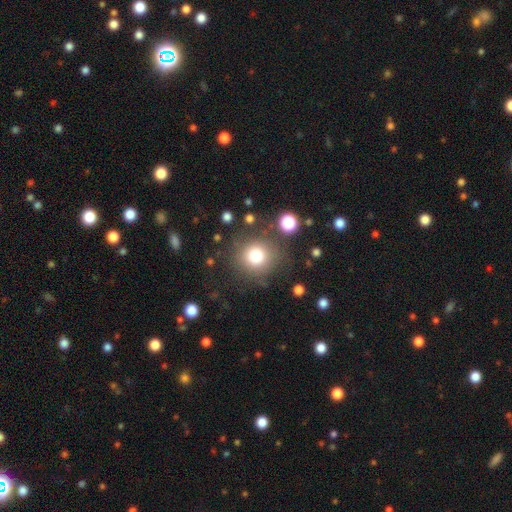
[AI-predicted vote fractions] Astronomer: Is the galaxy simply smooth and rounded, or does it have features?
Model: smooth — 78%.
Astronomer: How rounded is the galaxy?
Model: round — 91%.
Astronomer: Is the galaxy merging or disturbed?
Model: none — 79%.